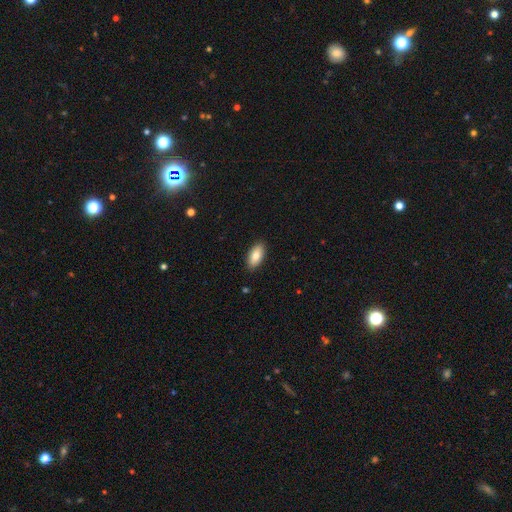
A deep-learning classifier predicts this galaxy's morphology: This is clearly a smooth galaxy (82%). How rounded: clearly in between (92%). Merging: clearly none (89%).